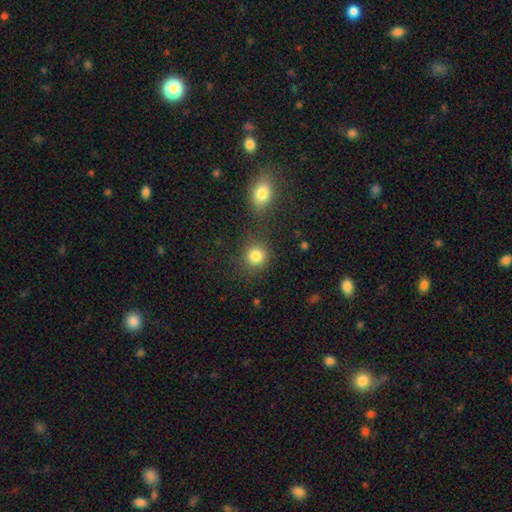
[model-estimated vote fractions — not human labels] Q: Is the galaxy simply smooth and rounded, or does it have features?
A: smooth — 83%.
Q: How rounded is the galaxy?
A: round — 88%.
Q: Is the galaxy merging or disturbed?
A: none — 75%.